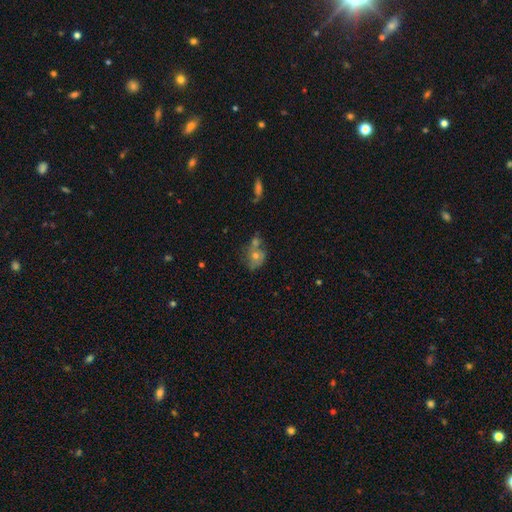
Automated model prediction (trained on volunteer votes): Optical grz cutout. It shows a smooth galaxy with no disk features (44%). Merging: none (42%).